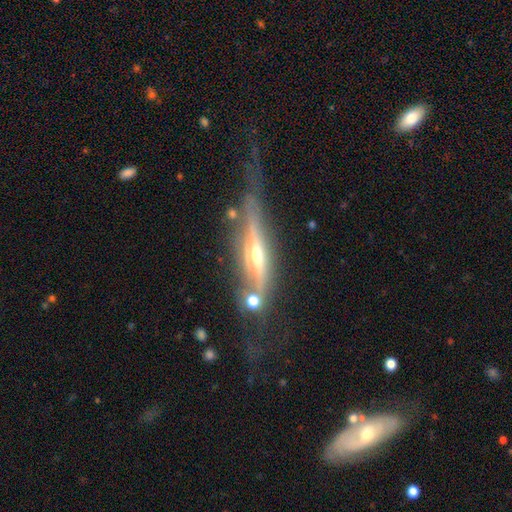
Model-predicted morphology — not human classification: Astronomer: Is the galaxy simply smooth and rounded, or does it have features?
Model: featured or disk — 80%.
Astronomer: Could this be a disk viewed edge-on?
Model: yes — 91%.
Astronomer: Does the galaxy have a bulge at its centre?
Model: rounded — 87%.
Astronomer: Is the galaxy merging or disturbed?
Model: none — 59%.